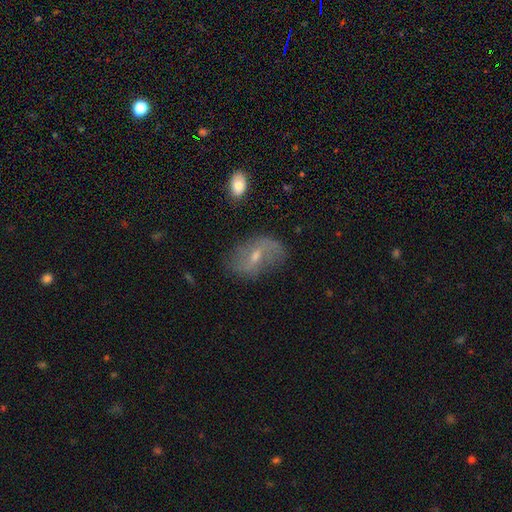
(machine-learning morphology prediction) Q: Smooth or featured?
A: featured or disk (66%); runner-up: smooth (24%)
Q: Edge-on disk?
A: no (95%); runner-up: yes (5%)
Q: Bar?
A: weak (51%); runner-up: no (31%)
Q: Spiral arms?
A: yes (80%); runner-up: no (20%)
Q: Spiral winding?
A: loose (63%); runner-up: medium (26%)
Q: Spiral arm count?
A: 2 (77%); runner-up: can't tell (12%)
Q: Bulge size?
A: small (53%); runner-up: moderate (41%)
Q: Merging?
A: none (68%); runner-up: minor disturbance (21%)